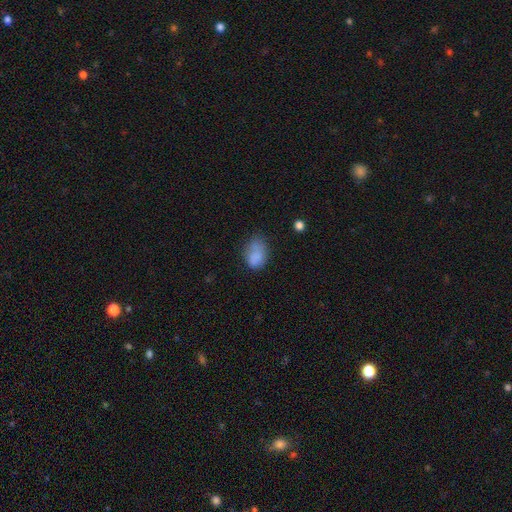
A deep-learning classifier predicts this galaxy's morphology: This appears to be a smooth galaxy with no disk features (79%) that is in between round and cigar-shaped (81%). Merging: none (42%).